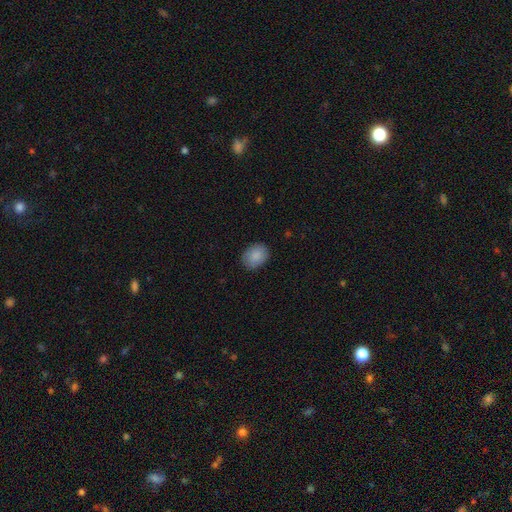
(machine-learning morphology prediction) The model was most divided on "how rounded": in between: 60%, round: 39%, cigar-shaped: 1%. More confident: smooth or featured — smooth (87%); merging — none (85%).